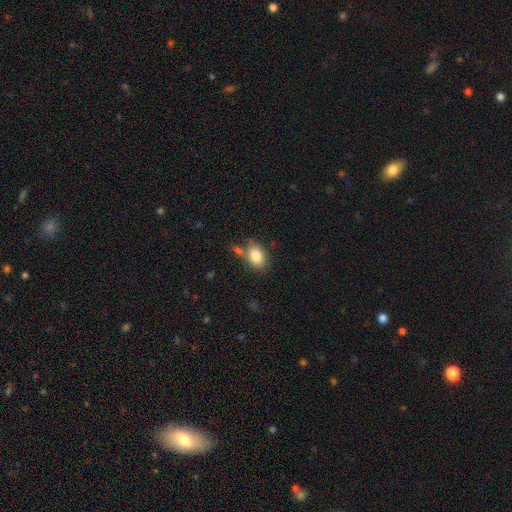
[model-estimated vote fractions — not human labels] Smooth or featured? Predicted: smooth (p=0.83). How rounded? Predicted: in between (p=0.75). Merging? Predicted: none (p=0.65).